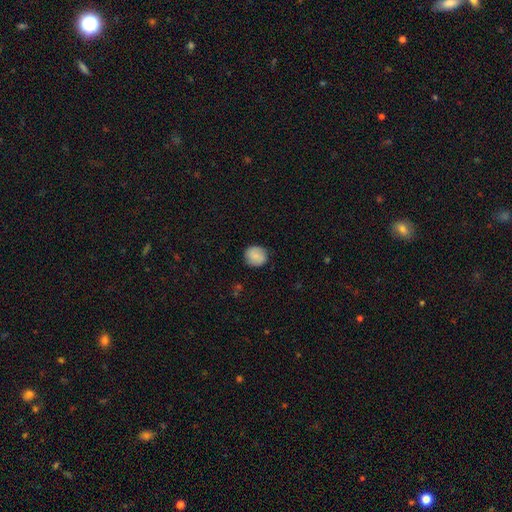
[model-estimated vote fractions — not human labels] Smooth or featured? smooth (82%)
How rounded? round (84%)
Merging? none (86%)